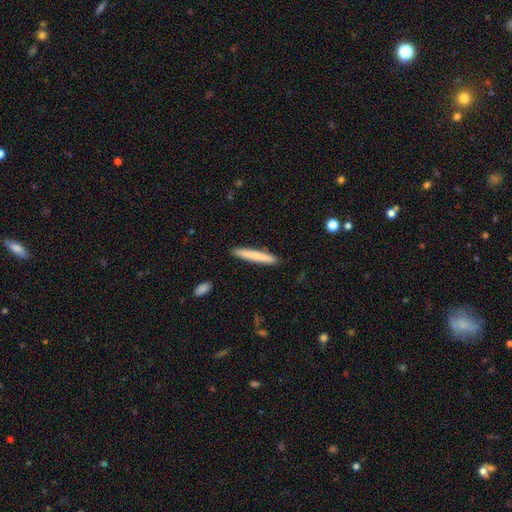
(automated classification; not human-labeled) This appears to be a smooth galaxy with no disk features (76%) that is cigar-shaped (96%). Merging: none (91%).